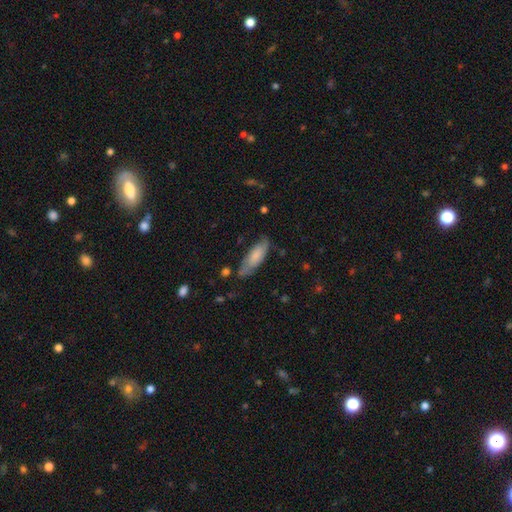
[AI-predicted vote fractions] The model was most divided on "how rounded": in between: 64%, cigar-shaped: 34%, round: 2%. More confident: merging — none (66%); smooth or featured — smooth (62%).